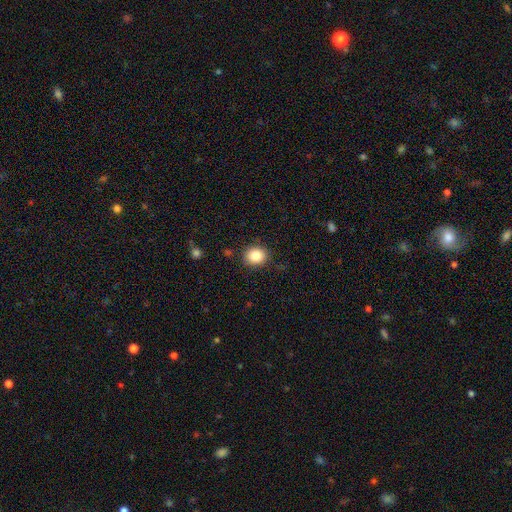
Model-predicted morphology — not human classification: Q: Smooth or featured?
A: smooth (85%); runner-up: star or artifact (10%)
Q: How rounded?
A: round (68%); runner-up: in between (31%)
Q: Merging?
A: none (88%); runner-up: minor disturbance (8%)